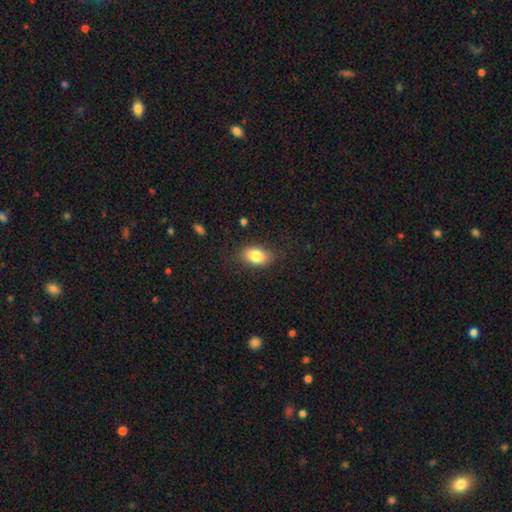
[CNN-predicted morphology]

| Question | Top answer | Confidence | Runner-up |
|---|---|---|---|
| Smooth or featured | smooth | 83% | featured or disk (9%) |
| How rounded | in between | 86% | round (12%) |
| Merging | none | 81% | minor disturbance (13%) |